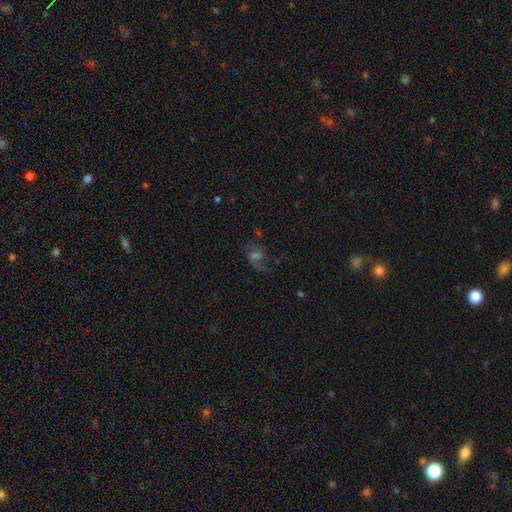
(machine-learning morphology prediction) Smooth or featured? featured or disk (56%)
Edge-on disk? no (96%)
Bar? no (52%)
Spiral arms? yes (85%)
Bulge size? moderate (35%)
Merging? none (53%)